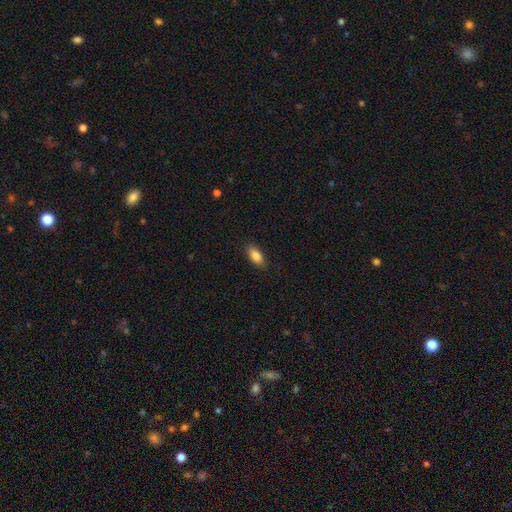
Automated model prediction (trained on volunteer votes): smooth_or_featured: smooth (p=0.86) [alt: star or artifact p=0.07]
how_rounded: in between (p=0.90) [alt: cigar-shaped p=0.07]
merging: none (p=0.88) [alt: minor disturbance p=0.09]